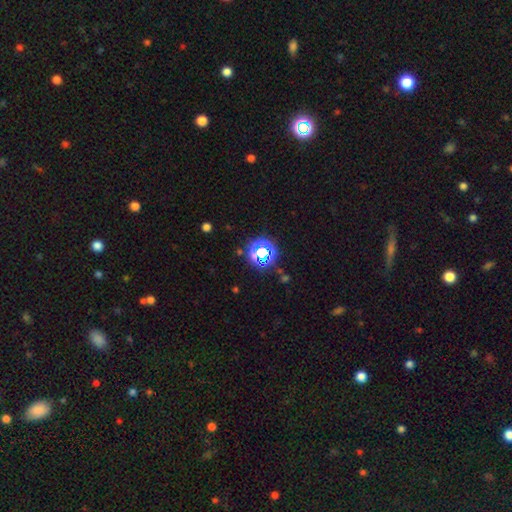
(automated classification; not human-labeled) smooth-or-featured: star or artifact: 66% | smooth: 24% | featured or disk: 10%